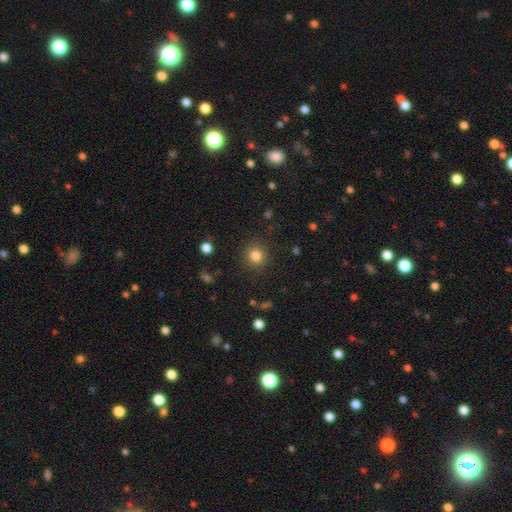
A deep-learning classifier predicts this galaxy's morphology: A smooth galaxy with no disk features (82%) that is round (89%).

Vote fractions:
- Smooth or featured? smooth: 82% / star or artifact: 12% / featured or disk: 6%
- How rounded? round: 89% / in between: 10% / cigar-shaped: 1%
- Merging? none: 88% / minor disturbance: 8% / major disturbance: 3% / merger: 1%